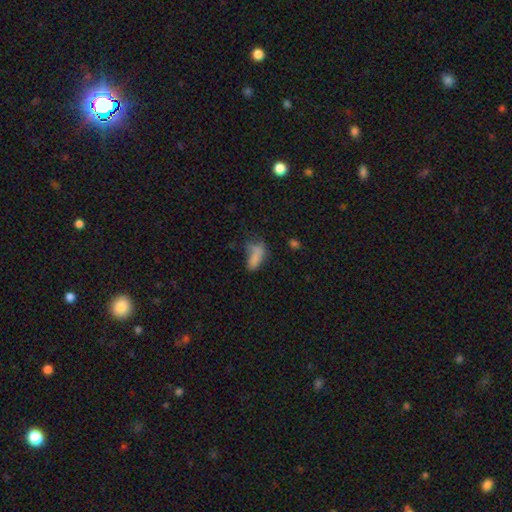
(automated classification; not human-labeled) Morphology: type=smooth (71%); roundness=in between (81%); merging=none (30%).